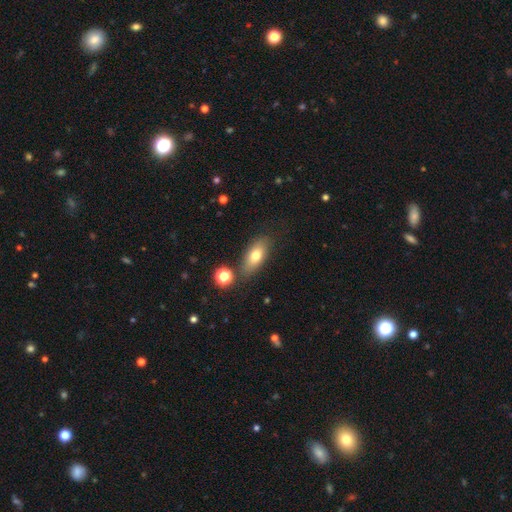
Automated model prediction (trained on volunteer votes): A smooth galaxy with no disk features (72%) that is in between round and cigar-shaped (79%). Merging: none (77%).